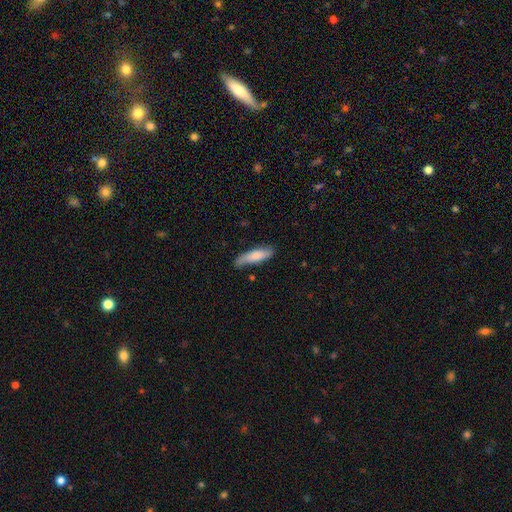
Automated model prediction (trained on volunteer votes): smooth-or-featured: smooth: 78% | featured or disk: 17% | star or artifact: 6%
  how-rounded: cigar-shaped: 65% | in between: 33% | round: 2%
  merging: none: 70% | minor disturbance: 23% | major disturbance: 4% | merger: 2%